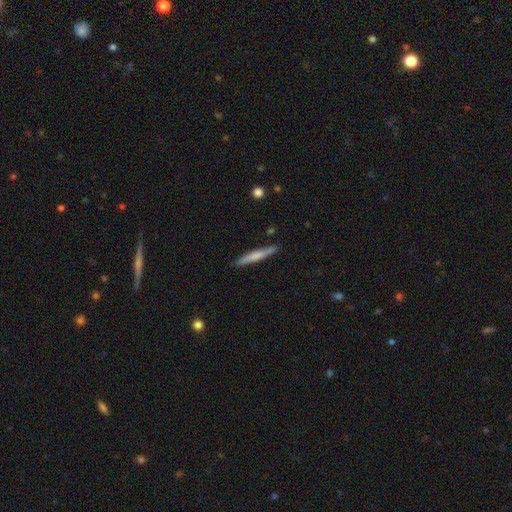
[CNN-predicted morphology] Smooth or featured?
  - smooth: 58% *
  - featured or disk: 36%
  - star or artifact: 5%
How rounded?
  - cigar-shaped: 95% *
  - in between: 4%
  - round: 1%
Merging?
  - none: 88% *
  - minor disturbance: 9%
  - major disturbance: 2%
  - merger: 2%